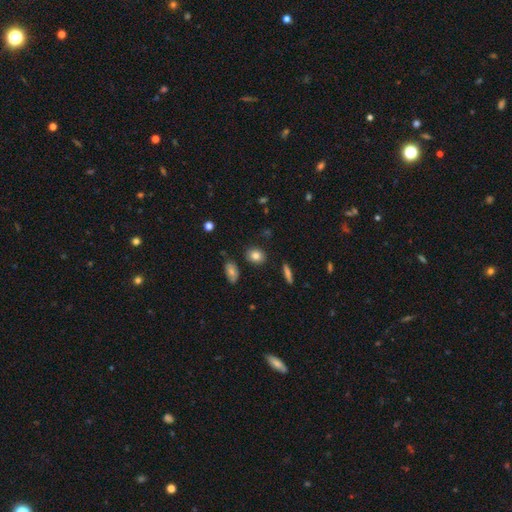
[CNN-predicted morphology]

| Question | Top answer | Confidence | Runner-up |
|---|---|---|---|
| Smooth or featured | smooth | 81% | star or artifact (10%) |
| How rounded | round | 49% | in between (48%) |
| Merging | none | 85% | minor disturbance (10%) |